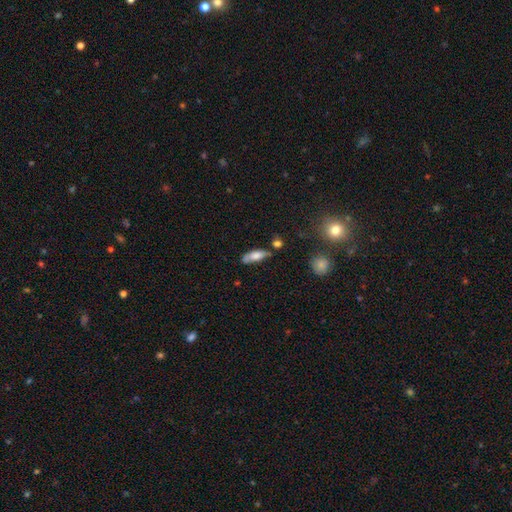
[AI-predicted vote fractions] The model was most divided on "how rounded": in between: 64%, cigar-shaped: 34%, round: 3%. More confident: smooth or featured — smooth (68%); merging — none (62%).